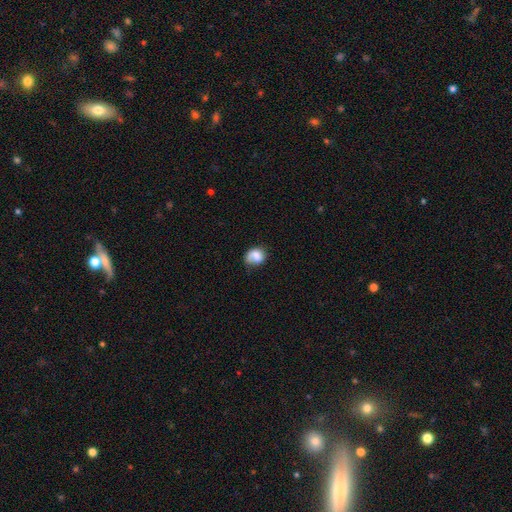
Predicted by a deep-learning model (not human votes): The model was most divided on "how rounded": in between: 51%, round: 48%, cigar-shaped: 1%. Remaining: smooth or featured — smooth (70%); merging — none (46%).